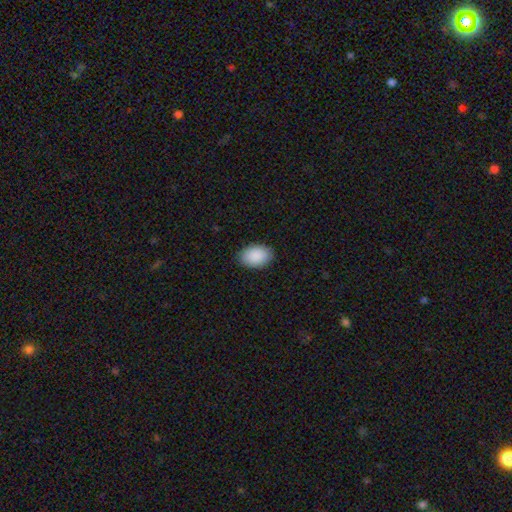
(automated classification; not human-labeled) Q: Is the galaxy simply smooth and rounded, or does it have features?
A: smooth — 91%.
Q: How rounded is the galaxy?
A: in between — 90%.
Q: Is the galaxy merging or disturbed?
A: none — 88%.